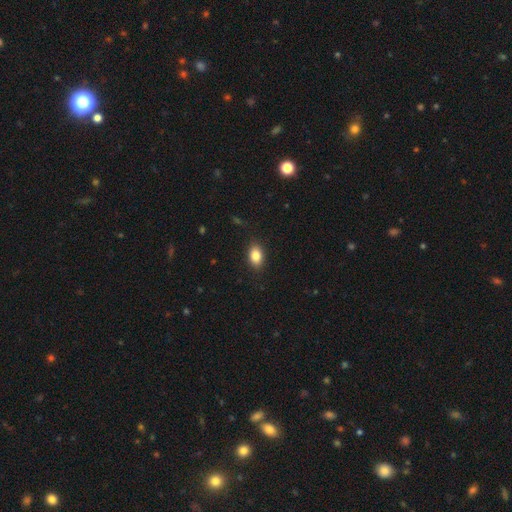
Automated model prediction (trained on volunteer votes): A smooth galaxy with no disk features (85%) that is in between round and cigar-shaped (84%).

Vote fractions:
- Smooth or featured? smooth: 85% / star or artifact: 8% / featured or disk: 7%
- How rounded? in between: 84% / round: 14% / cigar-shaped: 2%
- Merging? none: 87% / minor disturbance: 10% / major disturbance: 2% / merger: 1%